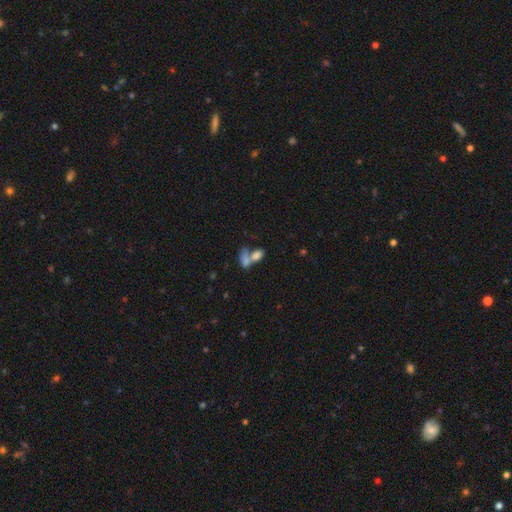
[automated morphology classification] The model was most divided on "merging": merger: 63%, none: 23%, minor disturbance: 7%, major disturbance: 7%. More confident: how rounded — in between (82%); smooth or featured — smooth (74%).